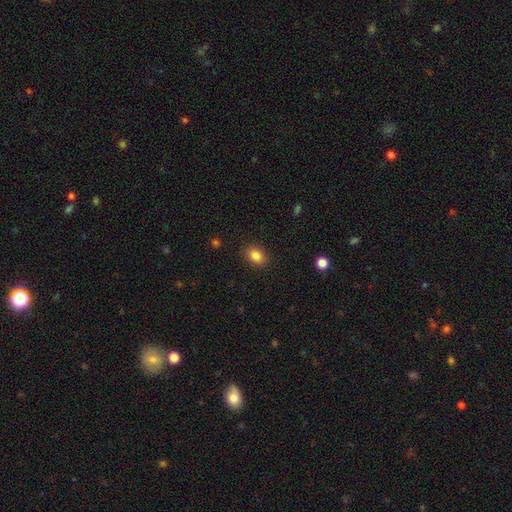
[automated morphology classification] A smooth galaxy with no disk features (85%) that is in between round and cigar-shaped (65%). Merging: none (88%).